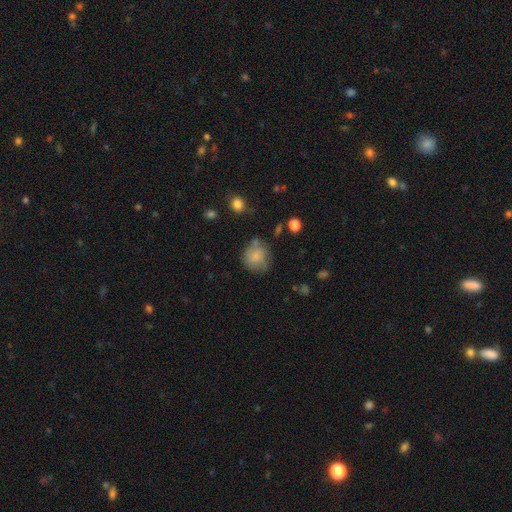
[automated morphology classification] A smooth galaxy with no disk features (78%) that is round (82%). Merging: none (60%).